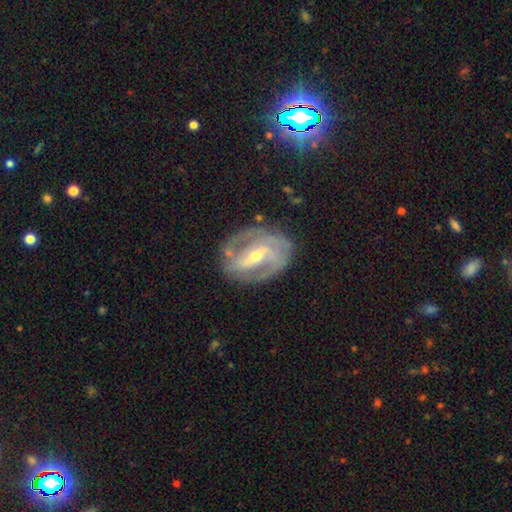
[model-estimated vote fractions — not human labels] Morphology: type=featured or disk (86%); edge-on=no (96%); bar=strong (51%); spiral arms=yes (93%); winding=tight (48%); arm count=2 (64%); bulge=small (50%); merging=none (75%).